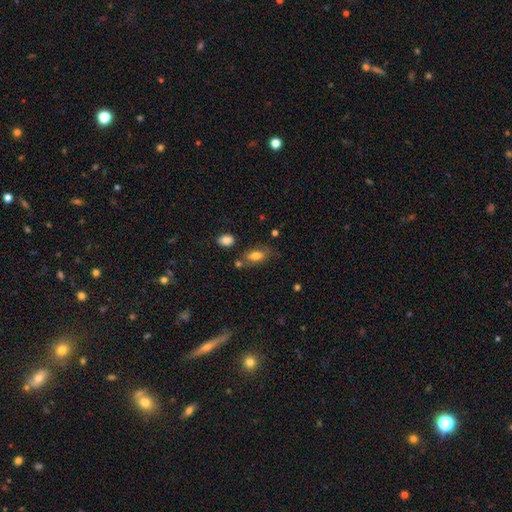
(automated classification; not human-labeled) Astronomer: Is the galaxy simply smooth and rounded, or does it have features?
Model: smooth — 76%.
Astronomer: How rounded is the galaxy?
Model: in between — 87%.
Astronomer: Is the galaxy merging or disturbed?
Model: none — 62%.